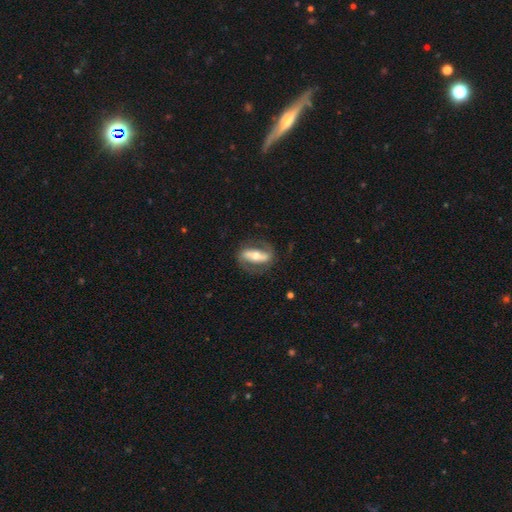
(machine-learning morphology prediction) Q: Smooth or featured?
A: featured or disk (75%); runner-up: smooth (20%)
Q: Edge-on disk?
A: no (86%); runner-up: yes (14%)
Q: Bar?
A: strong (63%); runner-up: no (19%)
Q: Spiral arms?
A: yes (78%); runner-up: no (22%)
Q: Spiral winding?
A: medium (42%); runner-up: loose (30%)
Q: Spiral arm count?
A: 2 (86%); runner-up: can't tell (7%)
Q: Bulge size?
A: moderate (66%); runner-up: small (23%)
Q: Merging?
A: none (75%); runner-up: minor disturbance (15%)